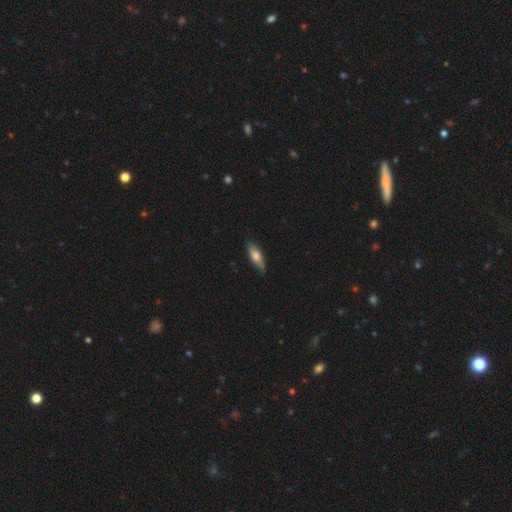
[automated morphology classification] smooth-or-featured: smooth: 69% | featured or disk: 25% | star or artifact: 6%
  how-rounded: in between: 55% | cigar-shaped: 43% | round: 2%
  merging: none: 75% | minor disturbance: 21% | major disturbance: 3% | merger: 1%